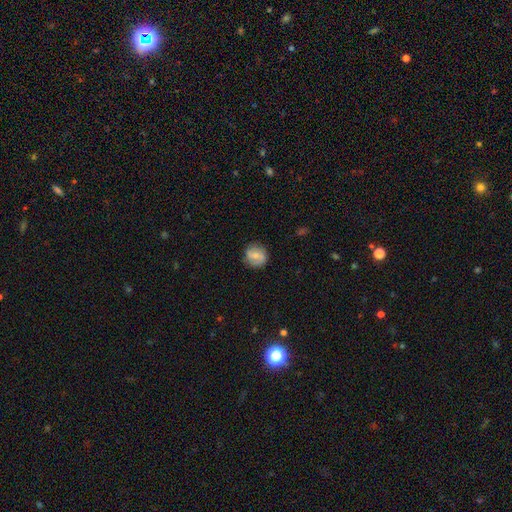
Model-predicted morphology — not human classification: This appears to be a smooth galaxy with no disk features (49%). Merging: none (81%).